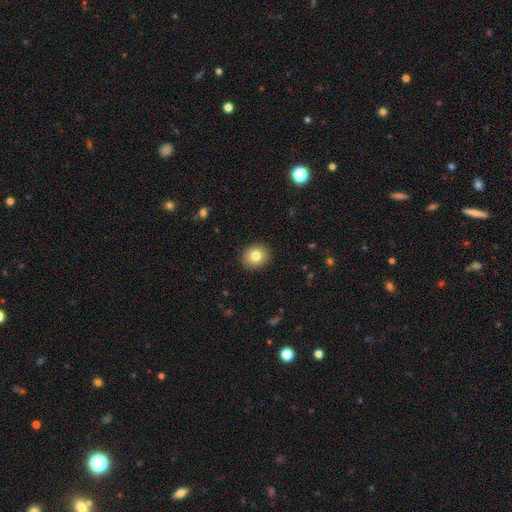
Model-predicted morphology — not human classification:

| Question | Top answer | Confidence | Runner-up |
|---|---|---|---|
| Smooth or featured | smooth | 81% | star or artifact (10%) |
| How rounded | round | 77% | in between (22%) |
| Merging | none | 91% | minor disturbance (6%) |